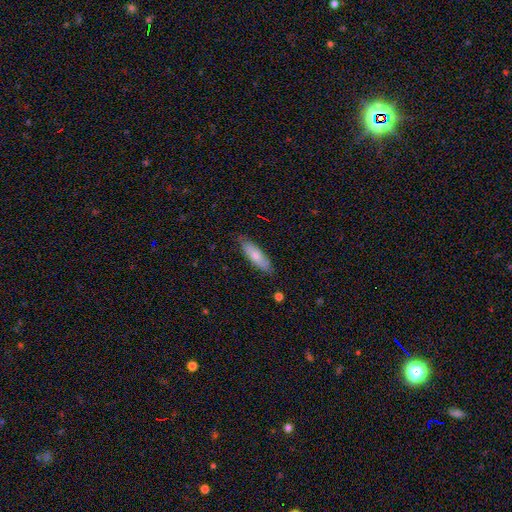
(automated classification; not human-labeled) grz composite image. It shows a smooth galaxy with no disk features (74%) that is cigar-shaped (55%). Merging: none (80%).